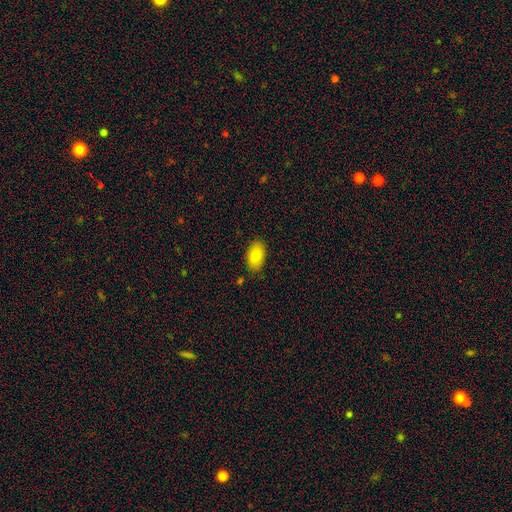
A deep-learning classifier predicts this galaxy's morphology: This is clearly a smooth galaxy (83%). How rounded: clearly in between (93%). Merging: clearly none (85%).